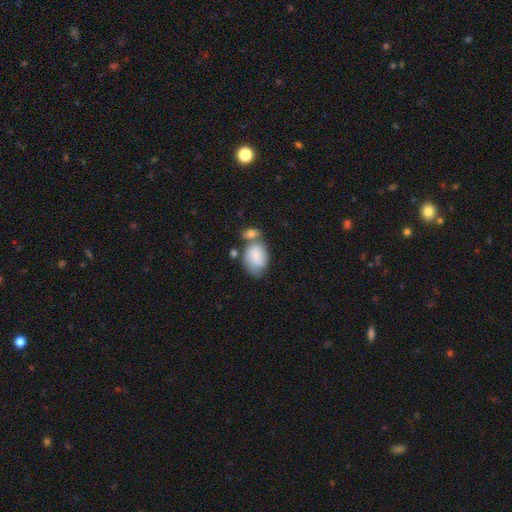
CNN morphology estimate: smooth 75%, featured or disk 18%, star or artifact 7%. Down the decision tree: how rounded — in between (77%); merging — none (37%).